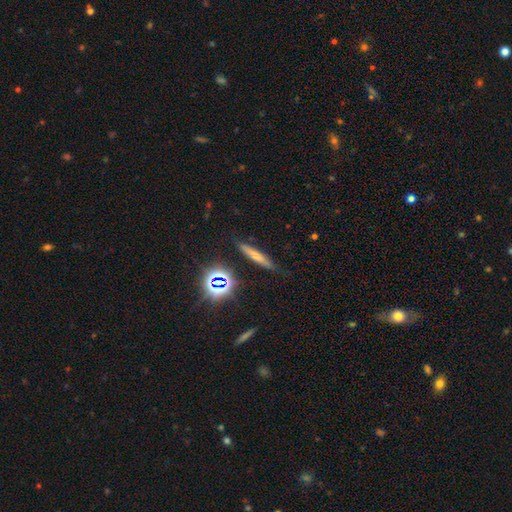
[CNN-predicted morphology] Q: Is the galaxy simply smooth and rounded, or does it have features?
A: smooth — 59%.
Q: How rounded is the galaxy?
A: cigar-shaped — 87%.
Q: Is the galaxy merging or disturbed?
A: none — 83%.